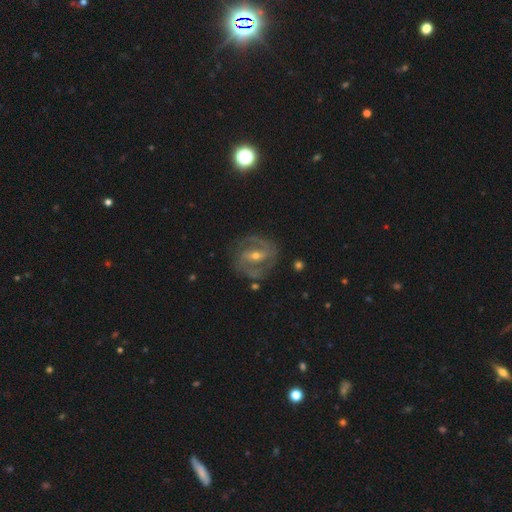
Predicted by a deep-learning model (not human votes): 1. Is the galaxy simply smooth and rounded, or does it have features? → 87% featured or disk, 7% smooth, 6% star or artifact.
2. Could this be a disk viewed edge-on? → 97% no, 3% yes.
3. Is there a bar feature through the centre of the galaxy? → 44% strong, 39% weak, 17% no.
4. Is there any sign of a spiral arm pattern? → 95% yes, 5% no.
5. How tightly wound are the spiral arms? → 49% medium, 40% tight, 11% loose.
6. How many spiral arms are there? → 83% 2, 6% can't tell, 5% 3, 2% 1, 2% 4, 2% more than 4.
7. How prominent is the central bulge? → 52% small, 45% moderate, 1% large, 1% none, 1% dominant.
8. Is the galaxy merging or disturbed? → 80% none, 13% minor disturbance, 5% major disturbance, 2% merger.